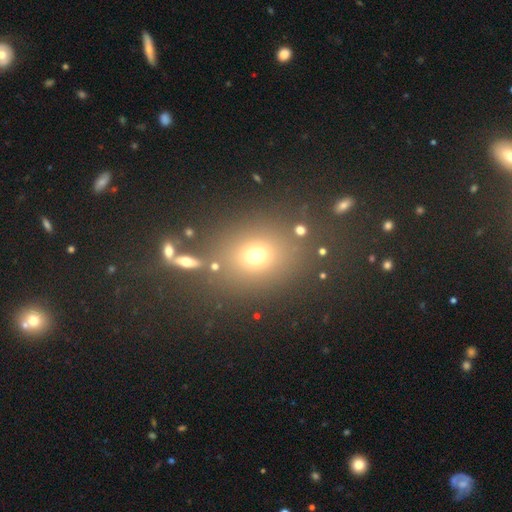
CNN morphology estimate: smooth 66%, star or artifact 22%, featured or disk 11%. Down the decision tree: how rounded — round (63%); merging — none (77%).